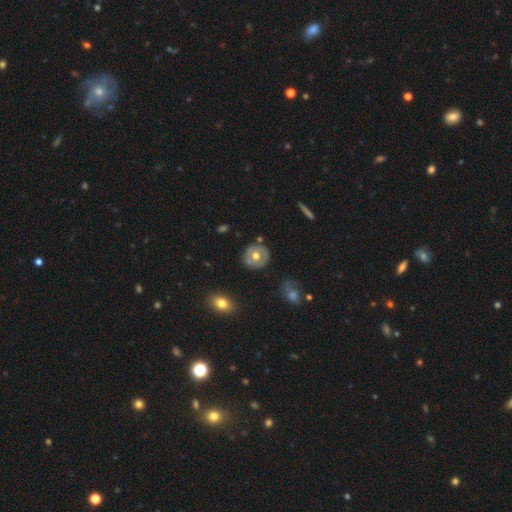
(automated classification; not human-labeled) This is possibly a featured or disk galaxy (49%). Merging: clearly none (82%).